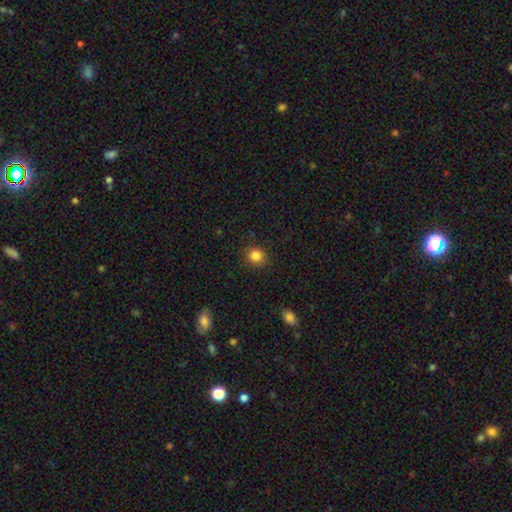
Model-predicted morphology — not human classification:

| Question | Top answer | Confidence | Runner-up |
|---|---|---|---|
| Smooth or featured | smooth | 84% | star or artifact (11%) |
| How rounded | round | 81% | in between (18%) |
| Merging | none | 88% | minor disturbance (8%) |